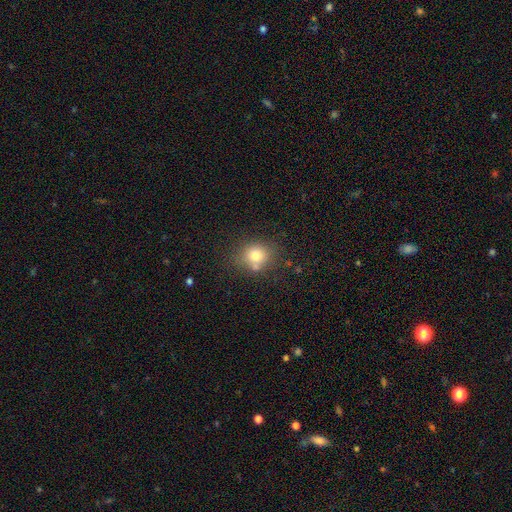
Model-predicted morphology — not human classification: Q: Smooth or featured?
A: smooth (77%); runner-up: featured or disk (12%)
Q: How rounded?
A: round (65%); runner-up: in between (34%)
Q: Merging?
A: none (63%); runner-up: minor disturbance (16%)